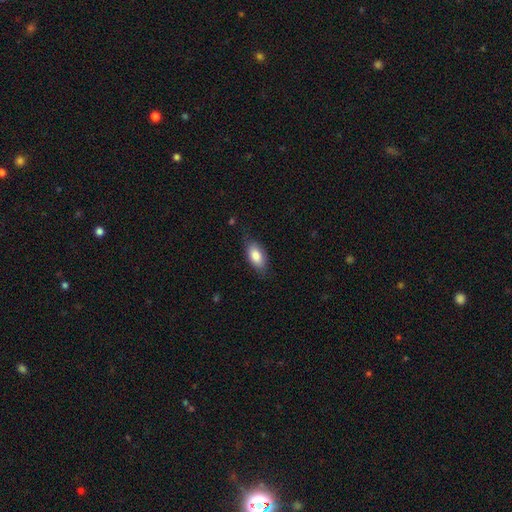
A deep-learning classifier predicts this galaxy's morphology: Smooth or featured? smooth (82%)
How rounded? in between (90%)
Merging? none (76%)